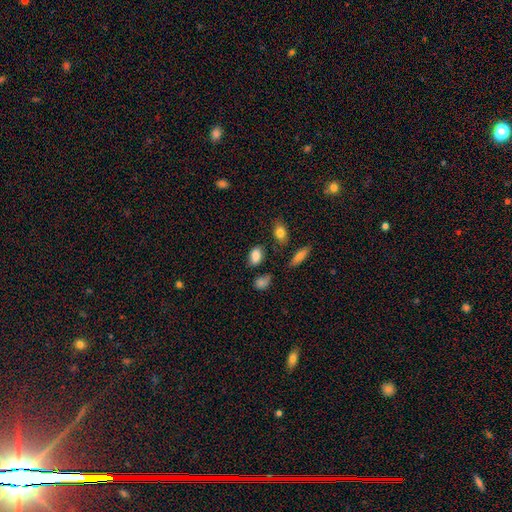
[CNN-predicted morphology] A smooth galaxy with no disk features (84%) that is in between round and cigar-shaped (83%).

Vote fractions:
- Smooth or featured? smooth: 84% / star or artifact: 9% / featured or disk: 7%
- How rounded? in between: 83% / round: 14% / cigar-shaped: 2%
- Merging? none: 77% / minor disturbance: 15% / merger: 4% / major disturbance: 4%